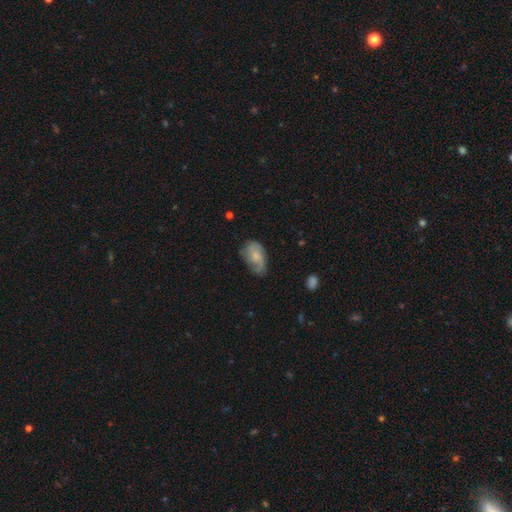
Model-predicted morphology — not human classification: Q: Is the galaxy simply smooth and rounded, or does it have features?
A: smooth — 51%.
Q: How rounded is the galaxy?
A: in between — 90%.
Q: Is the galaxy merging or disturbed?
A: none — 48%.